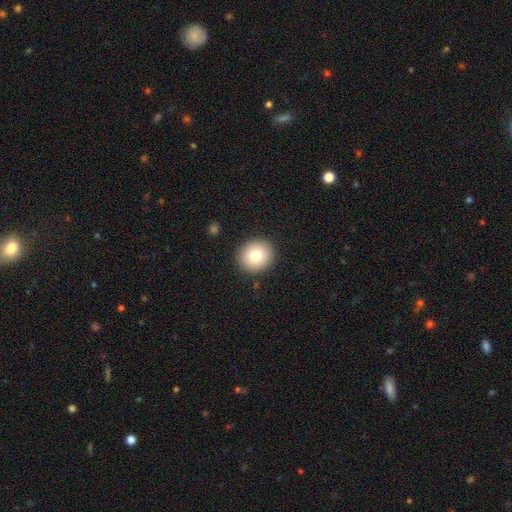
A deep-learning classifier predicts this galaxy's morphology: This appears to be a smooth galaxy with no disk features (78%) that is round (87%). Merging: none (90%).